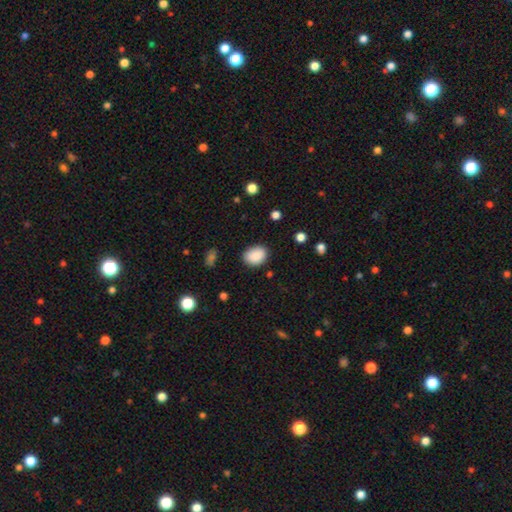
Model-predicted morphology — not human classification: A smooth galaxy with no disk features (88%) that is in between round and cigar-shaped (68%). Merging: none (82%).